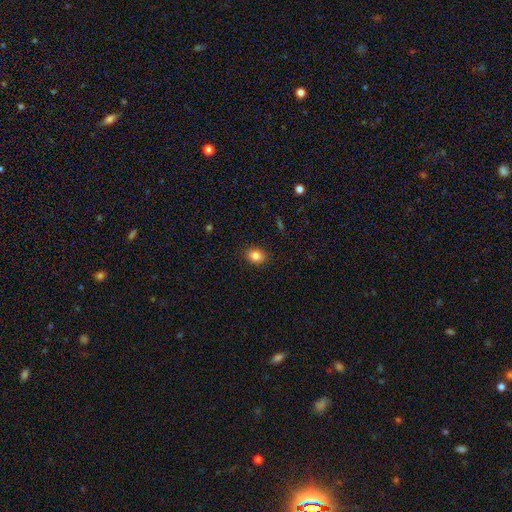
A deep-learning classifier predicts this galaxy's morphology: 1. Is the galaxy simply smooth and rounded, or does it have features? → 85% smooth, 10% star or artifact, 5% featured or disk.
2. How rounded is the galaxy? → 54% in between, 45% round, 1% cigar-shaped.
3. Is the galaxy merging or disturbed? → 89% none, 8% minor disturbance, 2% major disturbance, 1% merger.